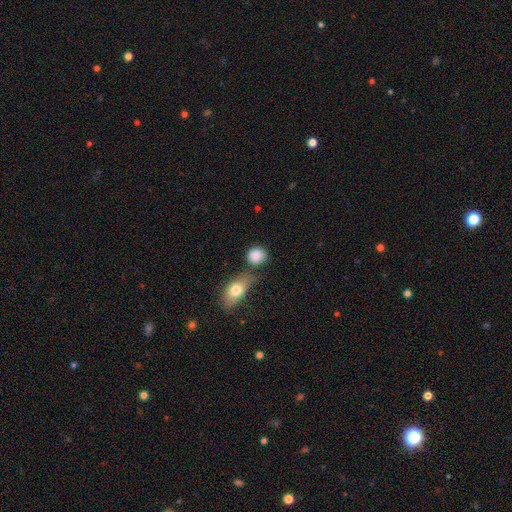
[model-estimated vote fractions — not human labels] Overall: smooth (86%). How rounded: round (76%). Merging: none (62%).